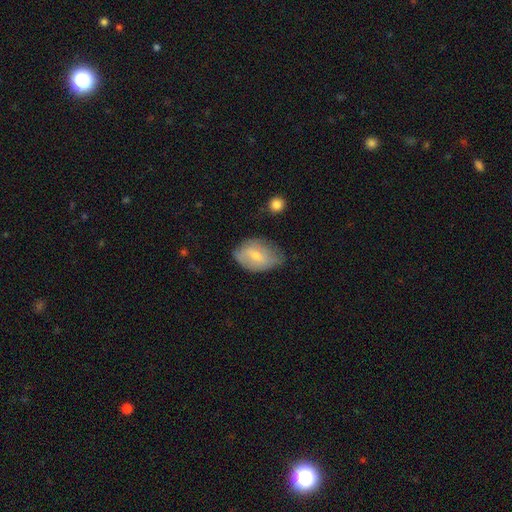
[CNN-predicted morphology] smooth-or-featured: smooth: 60% | featured or disk: 33% | star or artifact: 7%
  how-rounded: in between: 81% | round: 18% | cigar-shaped: 1%
  merging: none: 49% | minor disturbance: 38% | major disturbance: 11% | merger: 2%